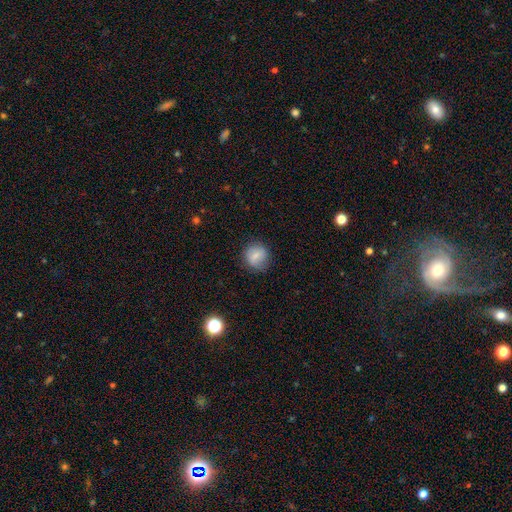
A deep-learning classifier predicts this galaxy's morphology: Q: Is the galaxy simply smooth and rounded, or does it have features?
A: smooth — 76%.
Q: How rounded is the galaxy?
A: round — 86%.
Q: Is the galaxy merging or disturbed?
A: none — 80%.